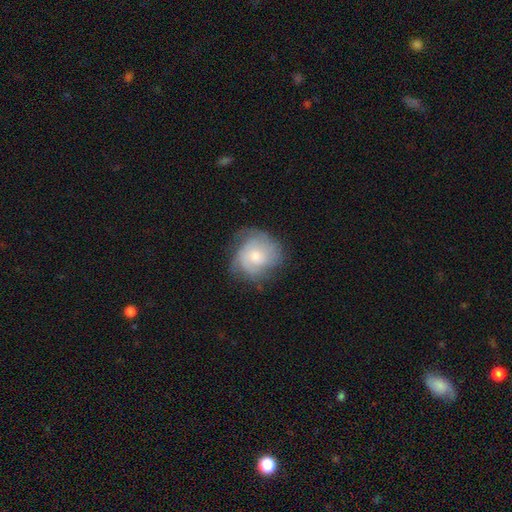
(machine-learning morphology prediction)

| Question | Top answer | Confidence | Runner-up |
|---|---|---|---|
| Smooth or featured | featured or disk | 60% | smooth (32%) |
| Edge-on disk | no | 97% | yes (3%) |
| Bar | no | 77% | weak (21%) |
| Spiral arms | yes | 86% | no (14%) |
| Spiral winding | tight | 56% | medium (32%) |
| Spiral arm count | can't tell | 41% | 3 (21%) |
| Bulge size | moderate | 53% | small (38%) |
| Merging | none | 65% | minor disturbance (23%) |